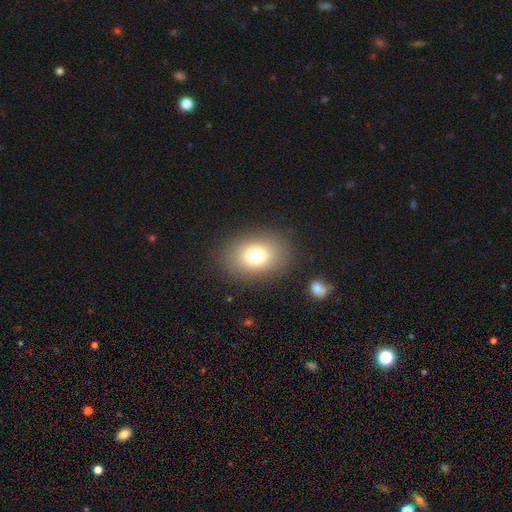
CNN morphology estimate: smooth_or_featured: smooth (p=0.77) [alt: featured or disk p=0.12]
how_rounded: in between (p=0.68) [alt: round p=0.31]
merging: none (p=0.86) [alt: minor disturbance p=0.09]